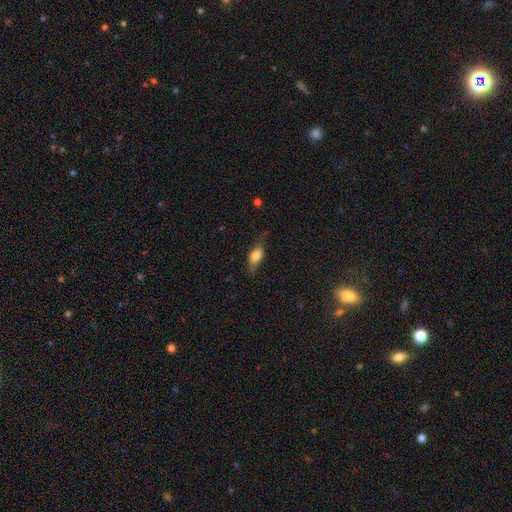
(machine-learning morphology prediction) A smooth galaxy with no disk features (64%) that is in between round and cigar-shaped (70%). Merging: none (66%).